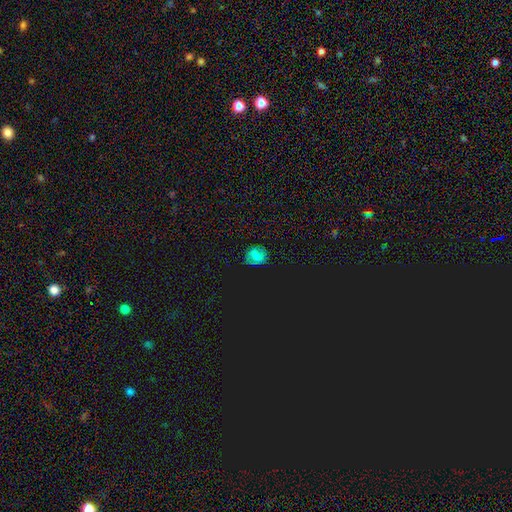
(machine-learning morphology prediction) smooth_or_featured: smooth (p=0.45) [alt: star or artifact p=0.33]
merging: none (p=0.84) [alt: minor disturbance p=0.11]